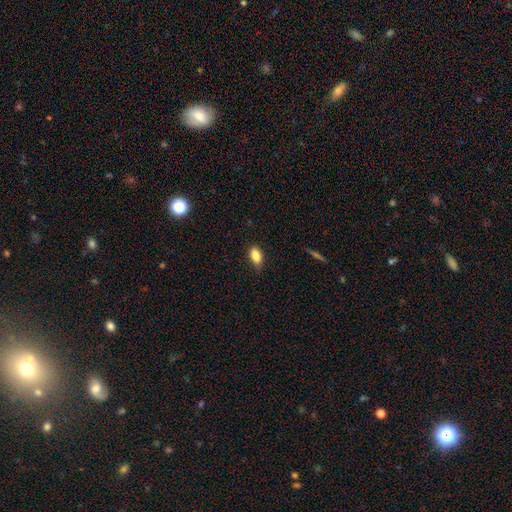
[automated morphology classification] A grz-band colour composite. It shows a smooth galaxy with no disk features (85%) that is in between round and cigar-shaped (88%). Merging: none (71%).